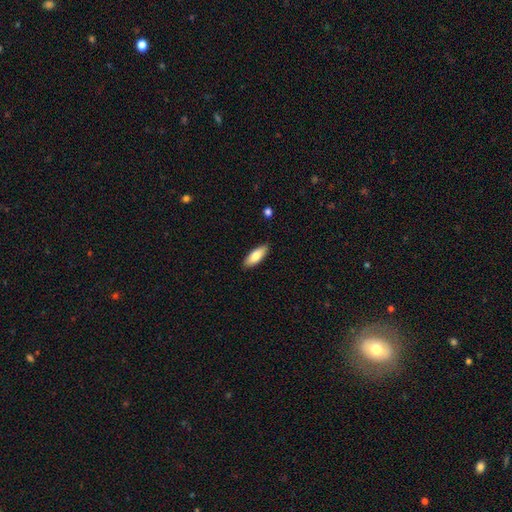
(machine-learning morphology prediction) This is clearly a smooth galaxy (80%). How rounded: likely in between (69%). Merging: clearly none (86%).